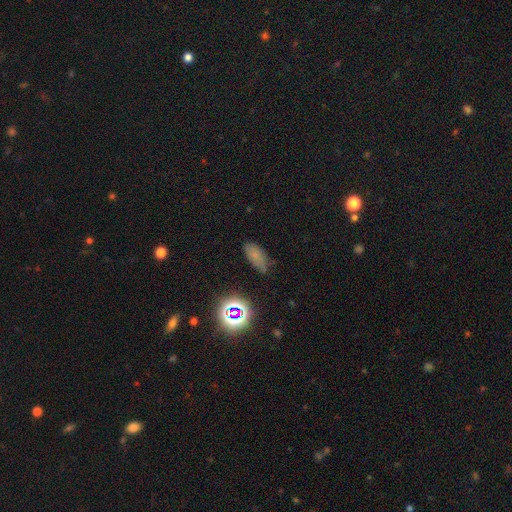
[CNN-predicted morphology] The model was most divided on "merging": none: 65%, minor disturbance: 25%, major disturbance: 7%, merger: 3%. More confident: how rounded — in between (84%); smooth or featured — smooth (65%).